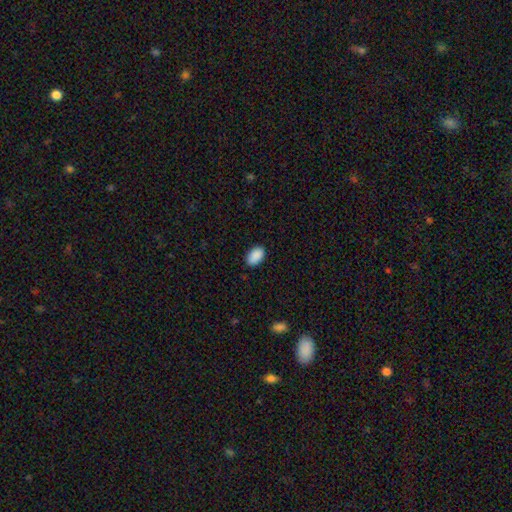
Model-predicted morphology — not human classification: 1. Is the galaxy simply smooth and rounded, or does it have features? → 91% smooth, 7% star or artifact, 3% featured or disk.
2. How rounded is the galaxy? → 92% in between, 7% round, 1% cigar-shaped.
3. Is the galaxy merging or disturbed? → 86% none, 11% minor disturbance, 2% major disturbance, 1% merger.